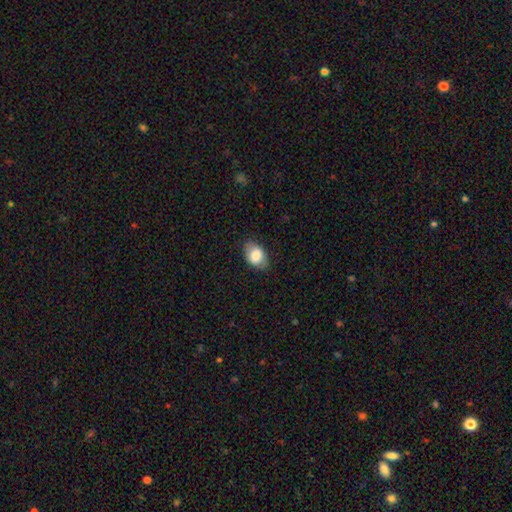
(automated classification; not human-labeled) Smooth or featured?
  - smooth: 79% *
  - featured or disk: 14%
  - star or artifact: 7%
How rounded?
  - in between: 82% *
  - round: 17%
  - cigar-shaped: 1%
Merging?
  - none: 82% *
  - minor disturbance: 14%
  - major disturbance: 3%
  - merger: 1%